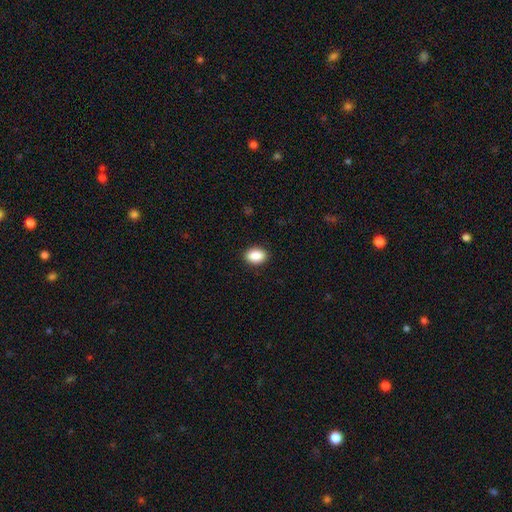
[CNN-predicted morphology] Overall: smooth (89%). How rounded: in between (78%). Merging: none (91%).